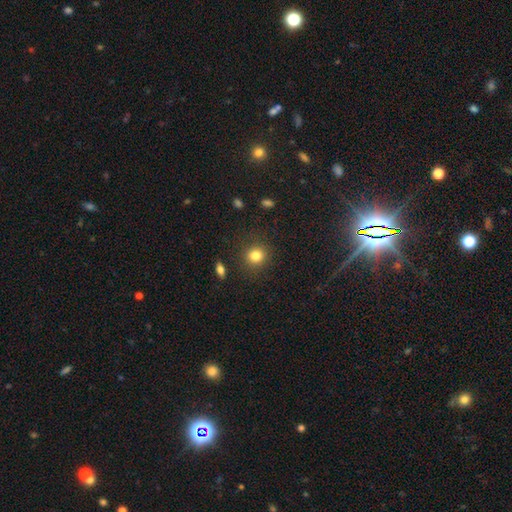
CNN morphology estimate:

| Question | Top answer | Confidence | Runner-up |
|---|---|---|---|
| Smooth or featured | smooth | 82% | star or artifact (12%) |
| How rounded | round | 87% | in between (12%) |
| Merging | none | 88% | minor disturbance (8%) |